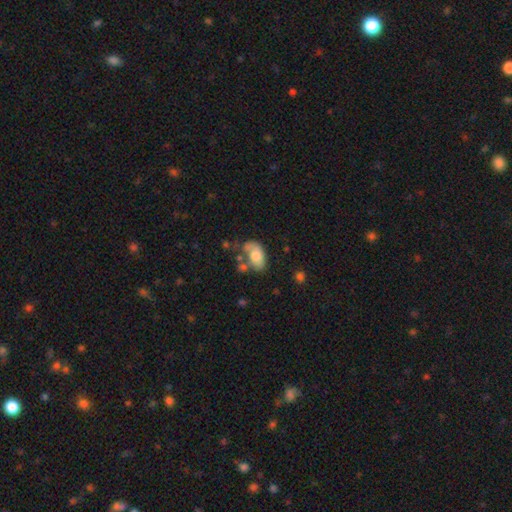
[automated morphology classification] type=smooth (70%); roundness=in between (91%); merging=none (33%).